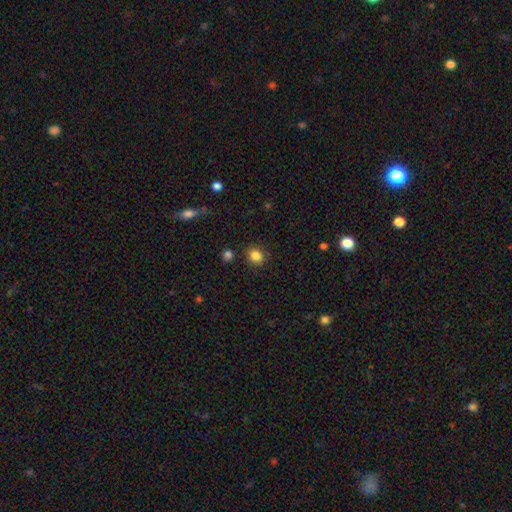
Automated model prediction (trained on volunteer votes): Smooth or featured?
  - smooth: 84% *
  - star or artifact: 11%
  - featured or disk: 5%
How rounded?
  - round: 79% *
  - in between: 20%
  - cigar-shaped: 1%
Merging?
  - none: 87% *
  - minor disturbance: 8%
  - merger: 3%
  - major disturbance: 3%